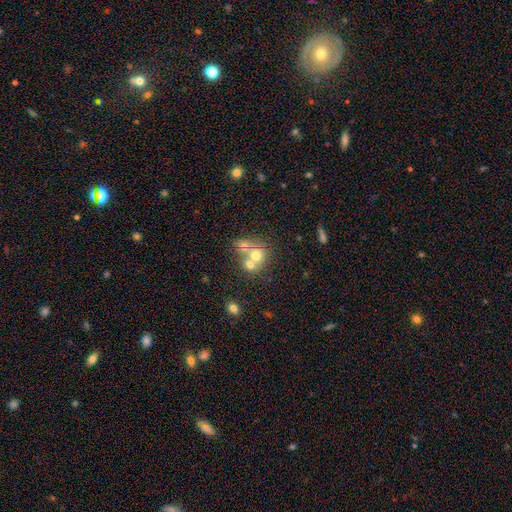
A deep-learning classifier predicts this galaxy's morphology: Smooth or featured?
  - smooth: 60% *
  - featured or disk: 26%
  - star or artifact: 14%
How rounded?
  - round: 75% *
  - in between: 24%
  - cigar-shaped: 1%
Merging?
  - merger: 57% *
  - none: 32%
  - minor disturbance: 7%
  - major disturbance: 4%